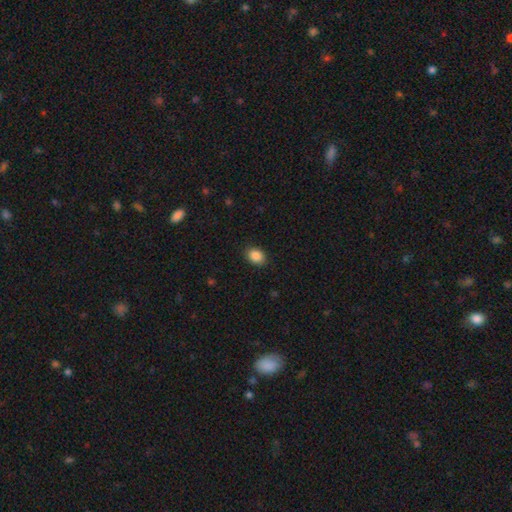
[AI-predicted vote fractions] Morphology: type=smooth (88%); roundness=in between (67%); merging=none (89%).